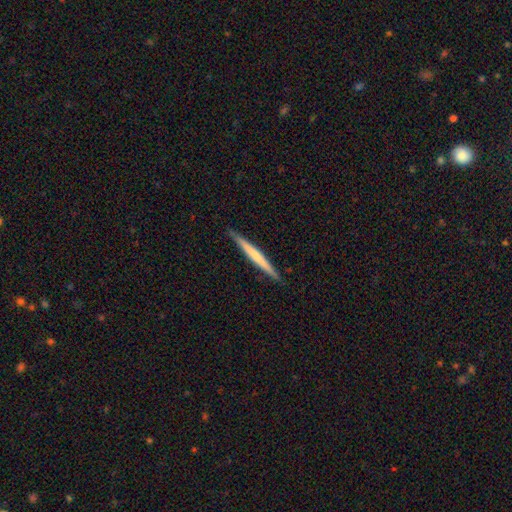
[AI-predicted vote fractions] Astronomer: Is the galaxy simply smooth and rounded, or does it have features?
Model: smooth — 48% (runner-up: featured or disk, 46%).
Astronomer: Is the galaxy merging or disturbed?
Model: none — 91%.